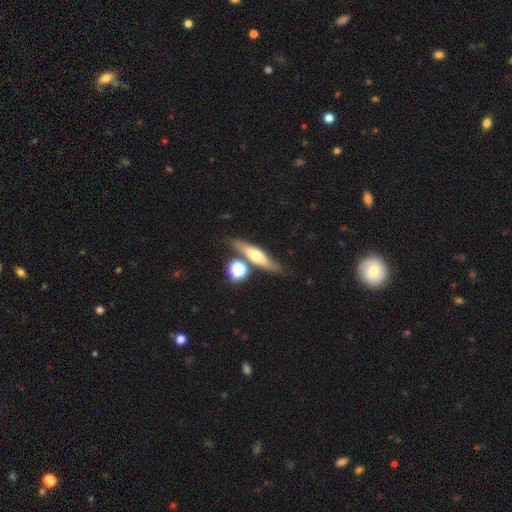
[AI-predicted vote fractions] smooth_or_featured: featured or disk (p=0.51) [alt: smooth p=0.40]
disk_edge_on: yes (p=0.84) [alt: no p=0.16]
merging: none (p=0.74) [alt: minor disturbance p=0.11]